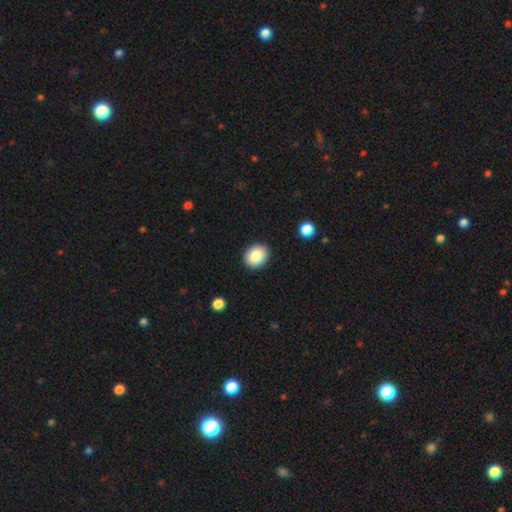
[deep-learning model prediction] Overall: smooth (86%). How rounded: round (51%; in between 48%). Merging: none (90%).